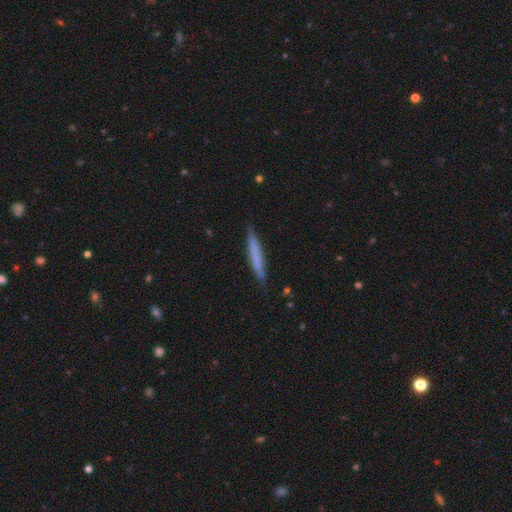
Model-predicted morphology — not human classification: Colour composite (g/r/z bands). It shows a smooth galaxy with no disk features (69%) that is cigar-shaped (96%). Merging: none (87%).